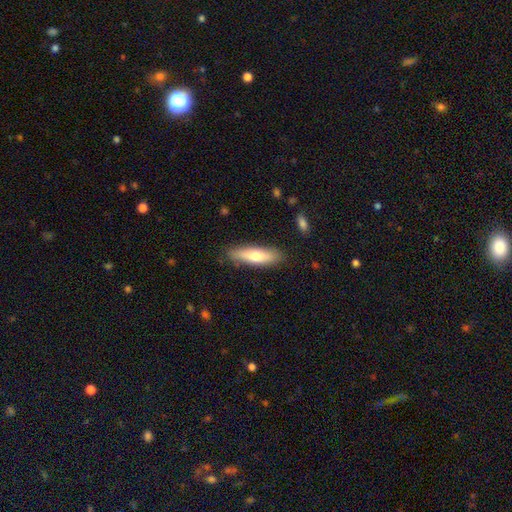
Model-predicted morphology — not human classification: type=smooth (68%); roundness=cigar-shaped (63%); merging=none (85%).